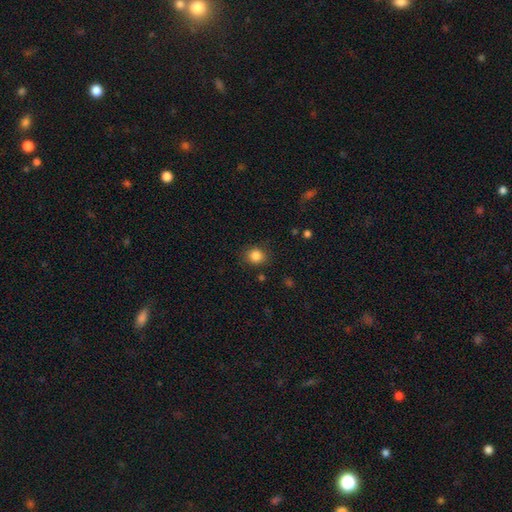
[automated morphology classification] smooth 84%, star or artifact 11%, featured or disk 5%. Down the decision tree: how rounded — round (77%); merging — none (86%).